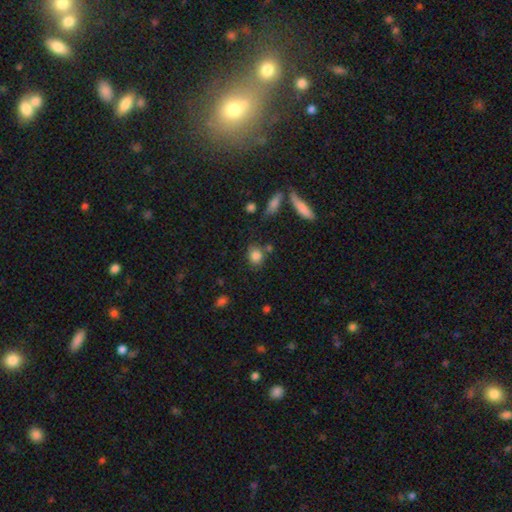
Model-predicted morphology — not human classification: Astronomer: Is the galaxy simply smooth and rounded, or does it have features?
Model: smooth — 84%.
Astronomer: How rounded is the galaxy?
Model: round — 65%.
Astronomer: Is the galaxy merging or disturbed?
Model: none — 72%.